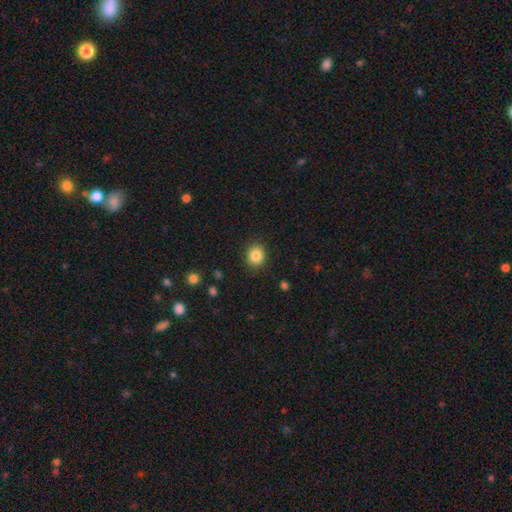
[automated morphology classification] This appears to be a smooth galaxy with no disk features (86%) that is round (74%). Merging: none (88%).